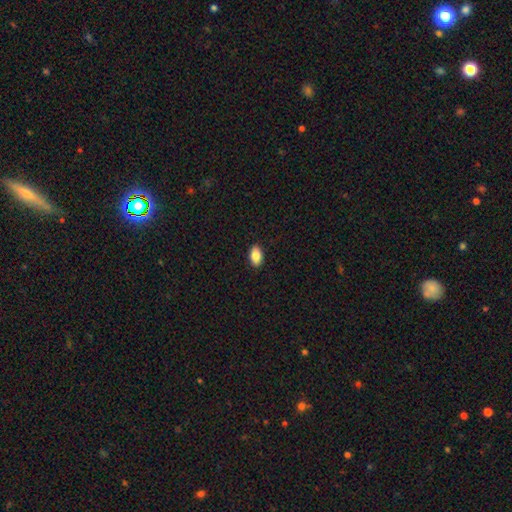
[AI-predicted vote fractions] Smooth or featured?
  - smooth: 85% *
  - star or artifact: 7%
  - featured or disk: 7%
How rounded?
  - in between: 92% *
  - round: 6%
  - cigar-shaped: 2%
Merging?
  - none: 90% *
  - minor disturbance: 7%
  - major disturbance: 2%
  - merger: 1%